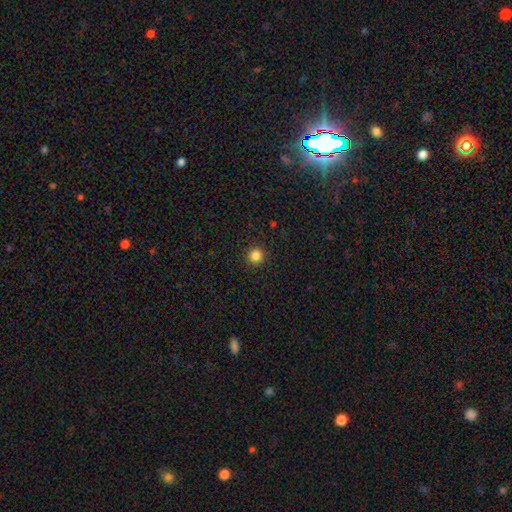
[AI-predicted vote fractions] smooth-or-featured: smooth: 84% | star or artifact: 12% | featured or disk: 4%
  how-rounded: round: 95% | in between: 4% | cigar-shaped: 1%
  merging: none: 92% | minor disturbance: 5% | major disturbance: 2% | merger: 1%